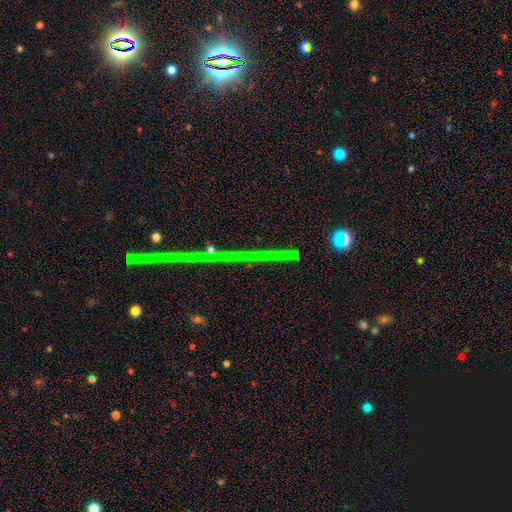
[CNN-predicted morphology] A star or artifact, not a galaxy (77%).